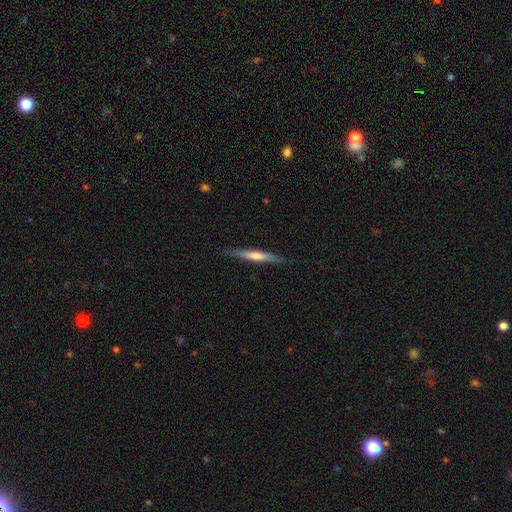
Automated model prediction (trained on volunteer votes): Morphology: type=featured or disk (52%); edge-on=yes (96%); edge-on bulge=rounded (57%); merging=none (88%).